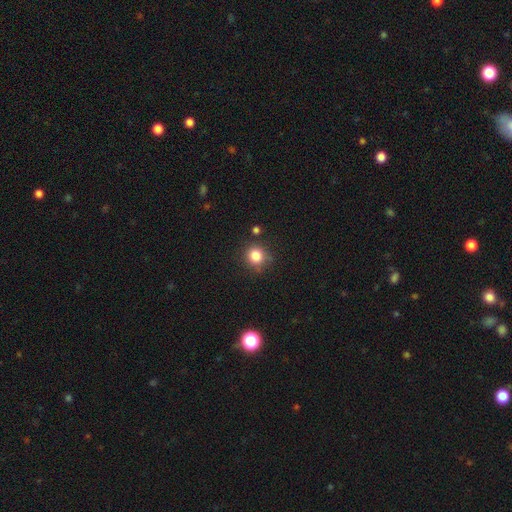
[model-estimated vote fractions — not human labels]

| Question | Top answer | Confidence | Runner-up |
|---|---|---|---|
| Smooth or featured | smooth | 82% | star or artifact (12%) |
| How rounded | round | 87% | in between (12%) |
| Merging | none | 80% | minor disturbance (12%) |